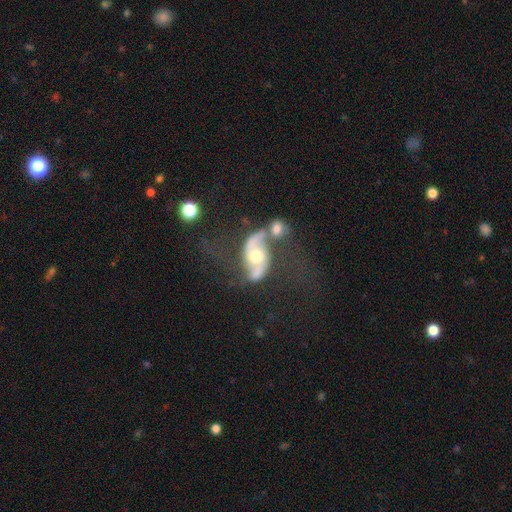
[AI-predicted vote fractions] Q: Smooth or featured?
A: featured or disk (82%); runner-up: smooth (12%)
Q: Edge-on disk?
A: no (95%); runner-up: yes (5%)
Q: Bar?
A: no (55%); runner-up: weak (30%)
Q: Spiral arms?
A: yes (91%); runner-up: no (9%)
Q: Spiral winding?
A: loose (66%); runner-up: medium (27%)
Q: Spiral arm count?
A: 2 (90%); runner-up: can't tell (4%)
Q: Bulge size?
A: moderate (71%); runner-up: small (14%)
Q: Merging?
A: none (33%); tied with: merger (33%)